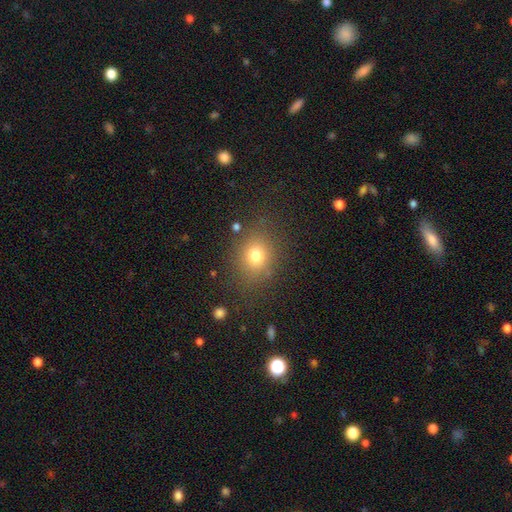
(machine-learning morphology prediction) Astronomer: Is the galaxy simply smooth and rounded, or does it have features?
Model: smooth — 76%.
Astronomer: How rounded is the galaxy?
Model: round — 68%.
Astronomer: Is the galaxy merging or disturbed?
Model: none — 81%.